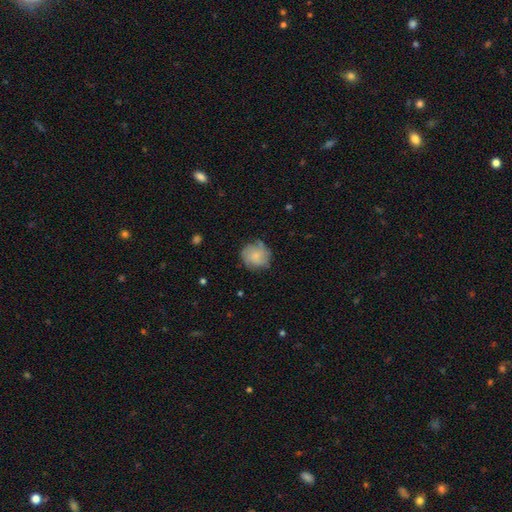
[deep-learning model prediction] Smooth or featured?
  - smooth: 71% *
  - featured or disk: 21%
  - star or artifact: 8%
How rounded?
  - round: 87% *
  - in between: 12%
  - cigar-shaped: 1%
Merging?
  - none: 73% *
  - minor disturbance: 20%
  - major disturbance: 5%
  - merger: 2%